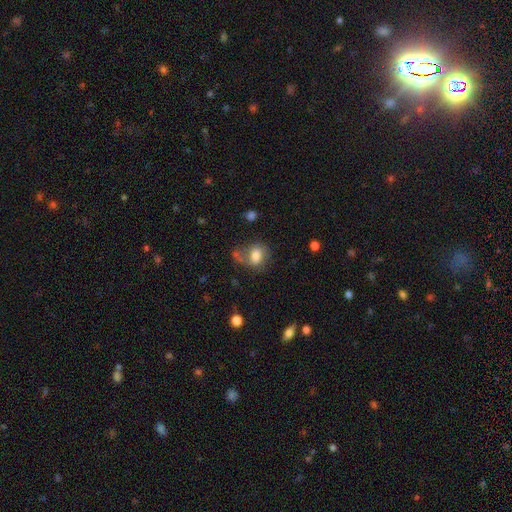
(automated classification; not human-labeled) smooth 73%, featured or disk 18%, star or artifact 9%. Down the decision tree: how rounded — in between (56%); merging — none (45%).